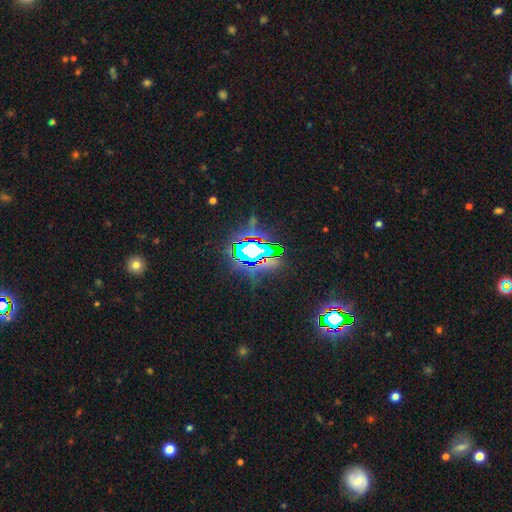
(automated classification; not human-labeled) This is likely a star or artifact rather than a galaxy (76%).